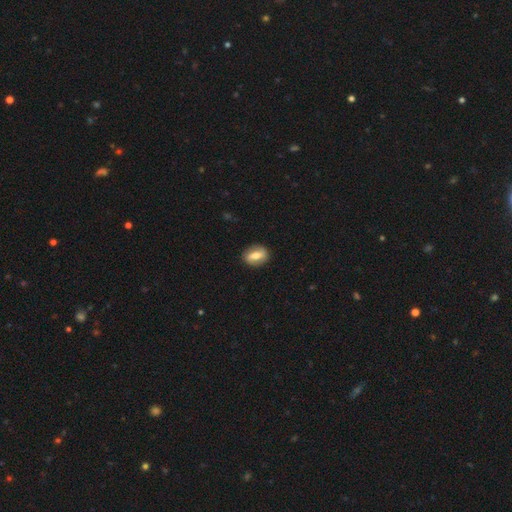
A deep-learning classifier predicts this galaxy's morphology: smooth_or_featured: smooth (p=0.52) [alt: featured or disk p=0.42]
how_rounded: in between (p=0.67) [alt: round p=0.29]
merging: none (p=0.87) [alt: minor disturbance p=0.09]